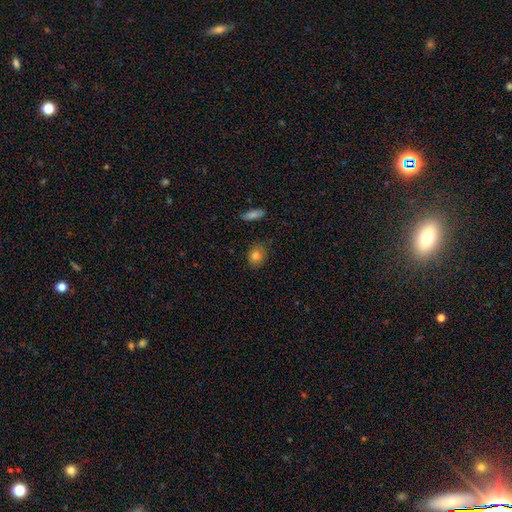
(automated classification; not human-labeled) smooth_or_featured: smooth (p=0.82) [alt: star or artifact p=0.10]
how_rounded: round (p=0.53) [alt: in between p=0.46]
merging: none (p=0.78) [alt: minor disturbance p=0.17]